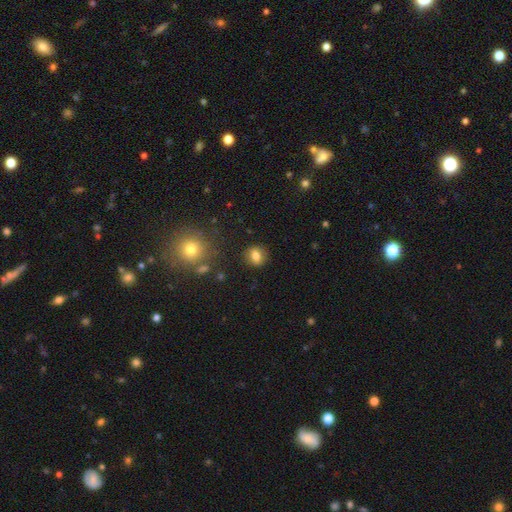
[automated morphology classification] This is likely a smooth galaxy (79%). How rounded: likely round (69%). Merging: clearly none (87%).